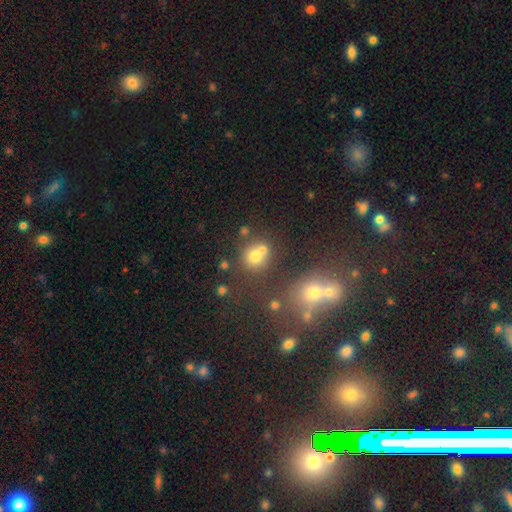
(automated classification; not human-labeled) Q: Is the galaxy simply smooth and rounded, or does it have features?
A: smooth — 69%.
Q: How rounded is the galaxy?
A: round — 82%.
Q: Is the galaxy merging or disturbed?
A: none — 50%.